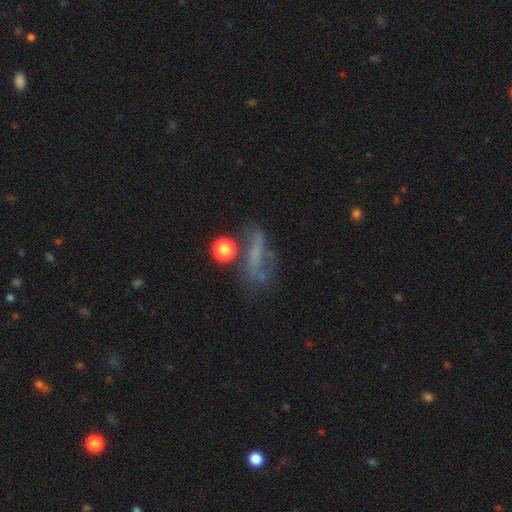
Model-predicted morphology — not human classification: Overall: featured or disk (41%; smooth 35%). Merging: none (39%; major disturbance 30%).